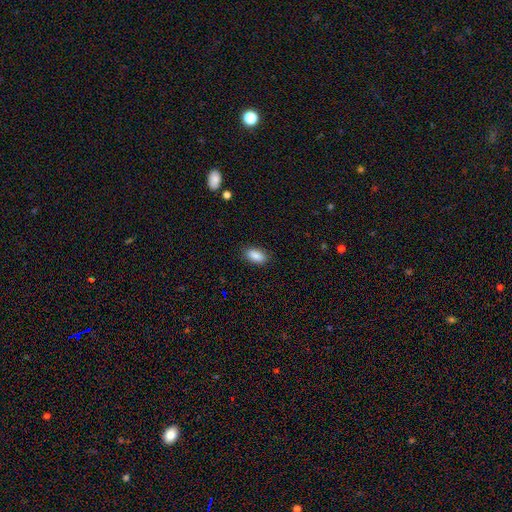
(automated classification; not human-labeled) Smooth or featured: smooth — 89% (star or artifact — 7%)
How rounded: in between — 91% (cigar-shaped — 5%)
Merging: none — 88% (minor disturbance — 9%)